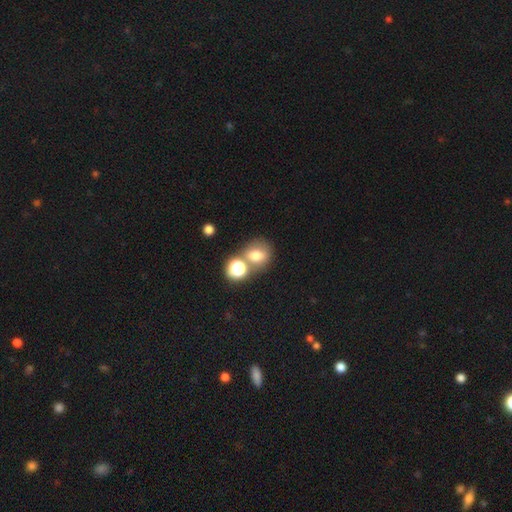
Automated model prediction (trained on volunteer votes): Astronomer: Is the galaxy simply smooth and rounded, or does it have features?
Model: smooth — 71%.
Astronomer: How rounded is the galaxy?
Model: round — 68%.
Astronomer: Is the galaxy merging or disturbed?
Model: none — 53% (runner-up: merger, 31%).